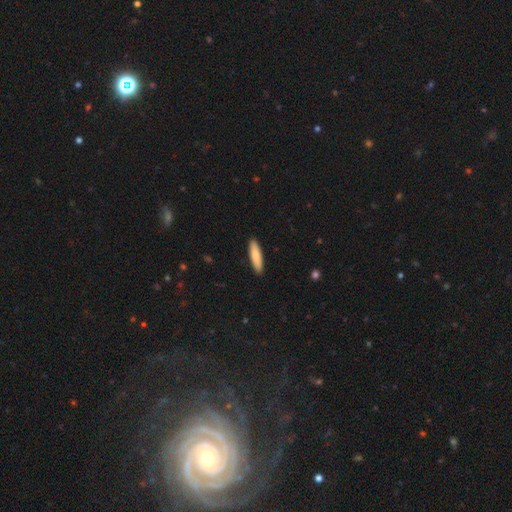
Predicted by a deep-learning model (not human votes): This is clearly a smooth galaxy (84%). How rounded: likely cigar-shaped (76%). Merging: clearly none (91%).